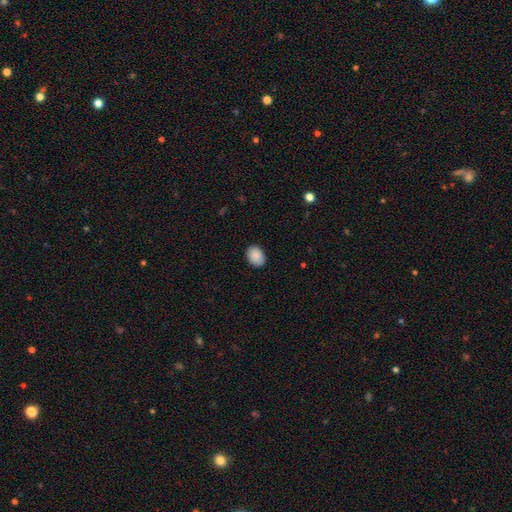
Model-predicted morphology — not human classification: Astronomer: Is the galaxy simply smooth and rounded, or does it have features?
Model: smooth — 90%.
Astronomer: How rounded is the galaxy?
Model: in between — 69%.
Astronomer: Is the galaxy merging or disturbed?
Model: none — 87%.